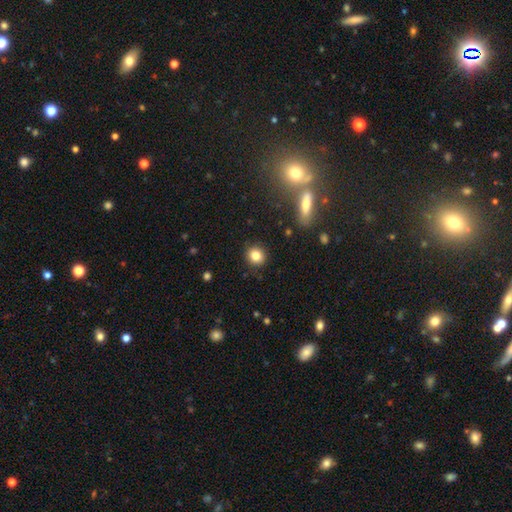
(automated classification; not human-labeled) Smooth or featured? smooth (83%)
How rounded? round (86%)
Merging? none (91%)